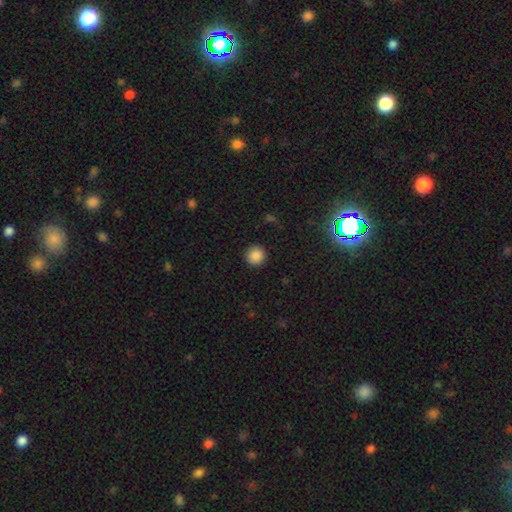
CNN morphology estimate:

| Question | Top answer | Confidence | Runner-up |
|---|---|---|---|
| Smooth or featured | smooth | 87% | star or artifact (10%) |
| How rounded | round | 94% | in between (5%) |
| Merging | none | 91% | minor disturbance (6%) |